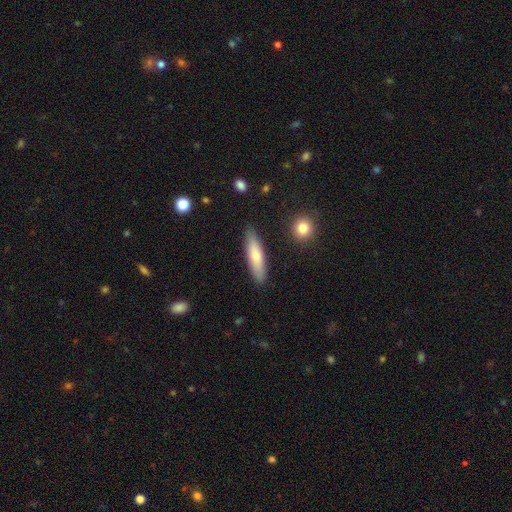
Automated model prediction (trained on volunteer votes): Q: Smooth or featured?
A: smooth (73%); runner-up: featured or disk (21%)
Q: How rounded?
A: cigar-shaped (70%); runner-up: in between (28%)
Q: Merging?
A: none (86%); runner-up: minor disturbance (10%)